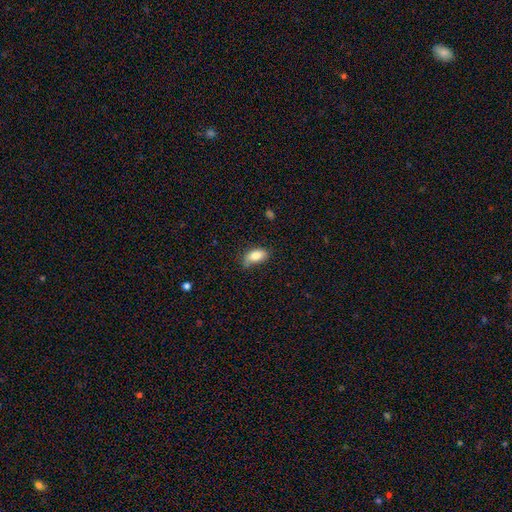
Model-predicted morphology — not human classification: Smooth or featured?
  - smooth: 82% *
  - featured or disk: 11%
  - star or artifact: 7%
How rounded?
  - in between: 91% *
  - cigar-shaped: 5%
  - round: 4%
Merging?
  - none: 63% *
  - minor disturbance: 28%
  - major disturbance: 6%
  - merger: 3%